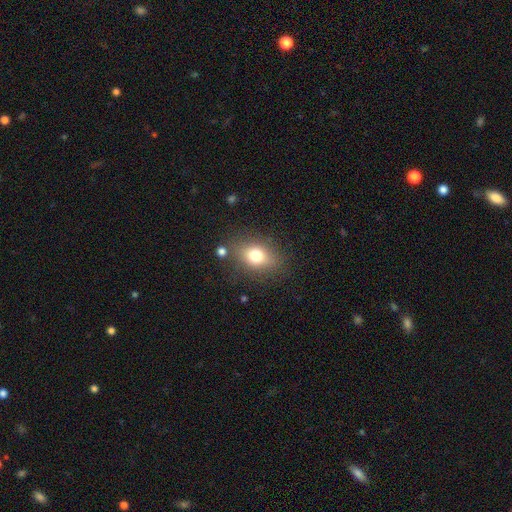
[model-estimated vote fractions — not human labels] smooth 73%, featured or disk 15%, star or artifact 12%. Down the decision tree: how rounded — in between (68%); merging — none (79%).